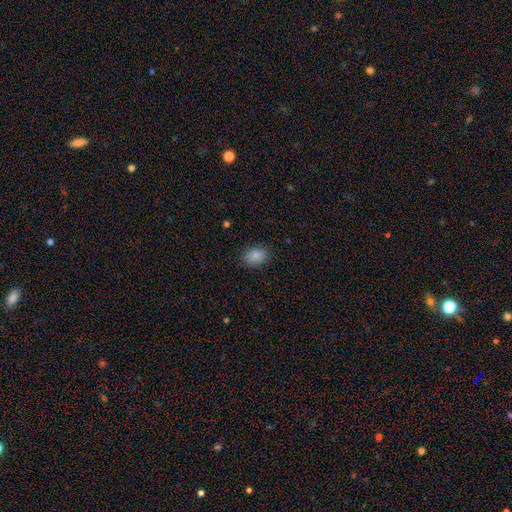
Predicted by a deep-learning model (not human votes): smooth-or-featured: smooth: 86% | star or artifact: 9% | featured or disk: 6%
  how-rounded: in between: 72% | round: 27% | cigar-shaped: 1%
  merging: none: 87% | minor disturbance: 10% | major disturbance: 3% | merger: 1%